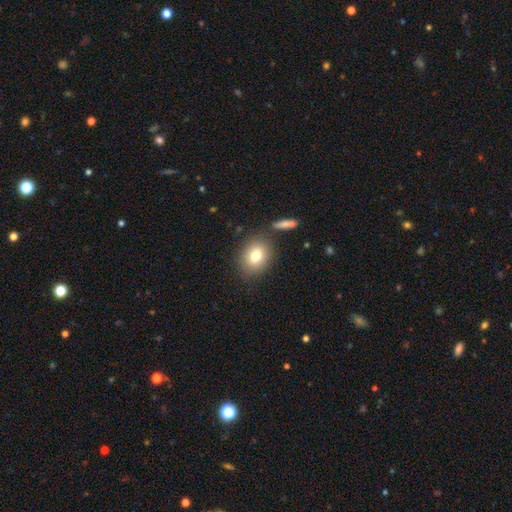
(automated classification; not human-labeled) This is likely a smooth galaxy (78%). How rounded: possibly in between (52%). Merging: clearly none (80%).